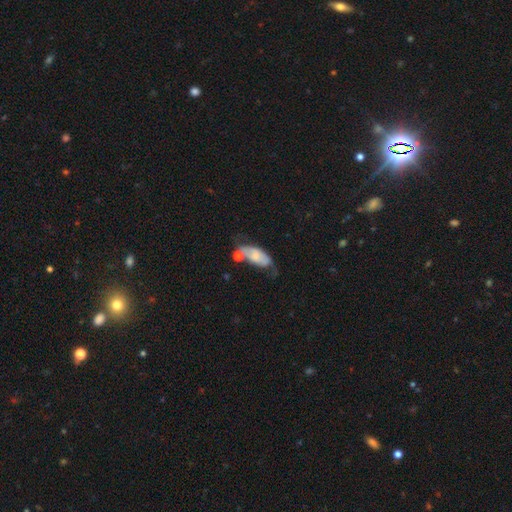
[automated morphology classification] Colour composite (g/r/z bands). It shows a smooth galaxy with no disk features (57%) that is in between round and cigar-shaped (87%). Merging: none (33%).